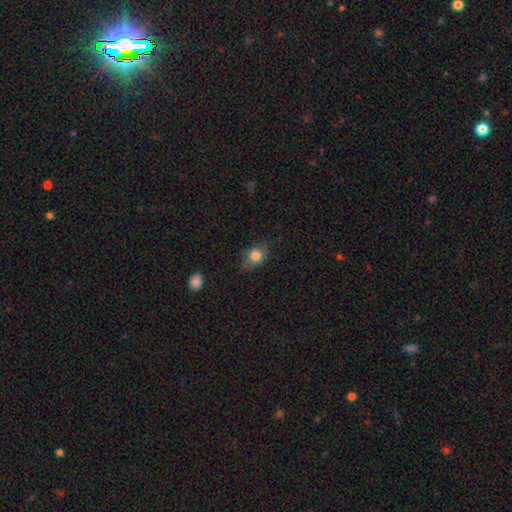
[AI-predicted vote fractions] This appears to be a smooth galaxy with no disk features (79%) that is in between round and cigar-shaped (59%). Merging: none (69%).